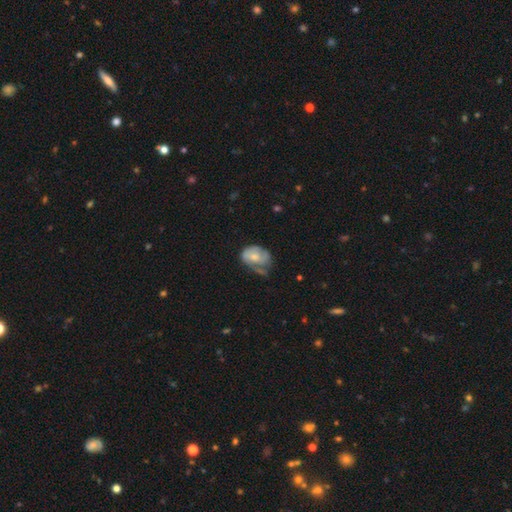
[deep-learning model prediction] The model was most divided on "smooth or featured": featured or disk: 46%, smooth: 45%, star or artifact: 8%. Remaining: merging — none (38%).